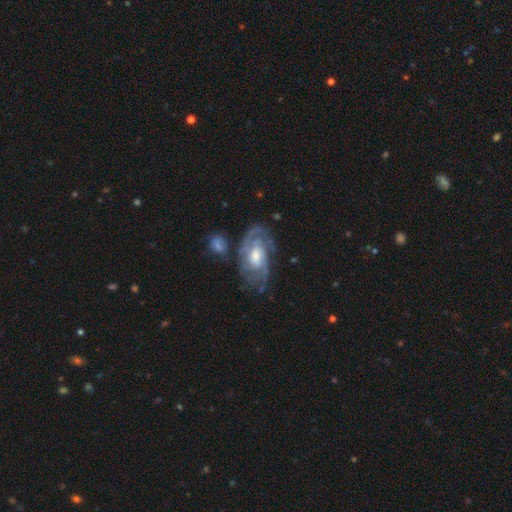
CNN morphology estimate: Smooth or featured: featured or disk — 85% (smooth — 10%)
Edge-on disk: no — 96% (yes — 4%)
Bar: no — 47% (weak — 42%)
Spiral arms: yes — 95% (no — 5%)
Spiral winding: tight — 59% (medium — 33%)
Spiral arm count: 2 — 35% (can't tell — 29%)
Bulge size: moderate — 61% (small — 19%)
Merging: none — 67% (minor disturbance — 19%)